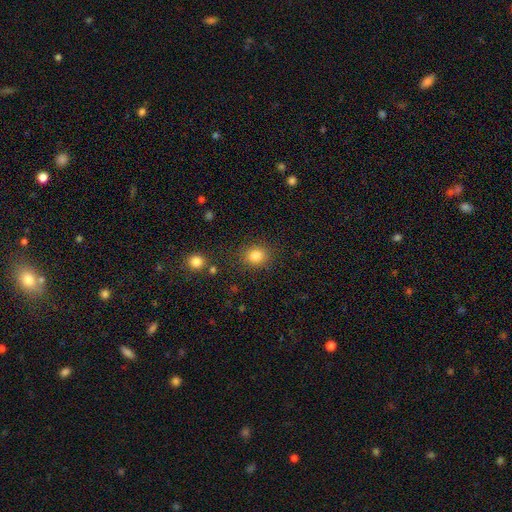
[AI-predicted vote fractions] smooth_or_featured: smooth (p=0.84) [alt: star or artifact p=0.11]
how_rounded: round (p=0.71) [alt: in between p=0.28]
merging: none (p=0.85) [alt: minor disturbance p=0.09]